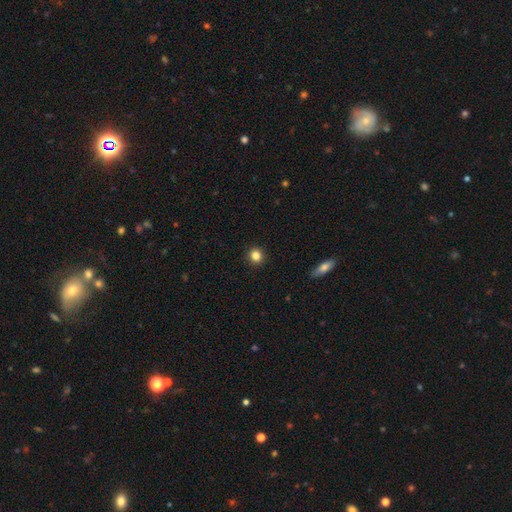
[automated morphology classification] Smooth or featured? Predicted: smooth (p=0.84). How rounded? Predicted: round (p=0.91). Merging? Predicted: none (p=0.92).